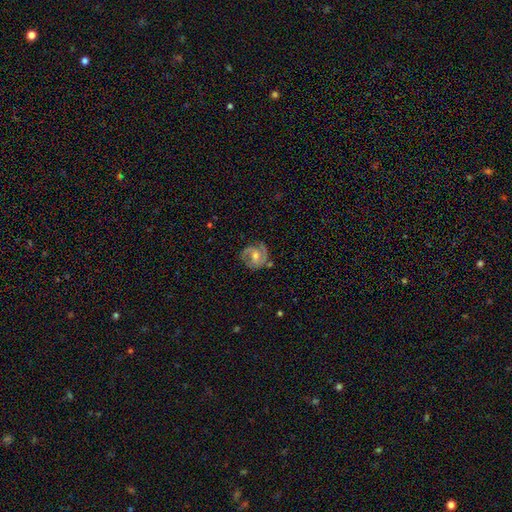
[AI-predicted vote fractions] Smooth or featured? featured or disk (81%)
Edge-on disk? no (97%)
Bar? weak (47%)
Spiral arms? yes (94%)
Spiral winding? tight (45%, tied with medium)
Spiral arm count? 2 (78%)
Bulge size? moderate (62%)
Merging? none (75%)